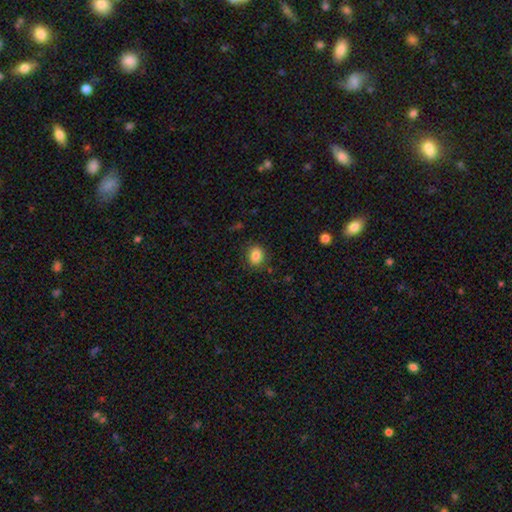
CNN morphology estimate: A smooth galaxy with no disk features (84%) that is round (60%).

Vote fractions:
- Smooth or featured? smooth: 84% / star or artifact: 10% / featured or disk: 6%
- How rounded? round: 60% / in between: 40% / cigar-shaped: 1%
- Merging? none: 87% / minor disturbance: 9% / major disturbance: 3% / merger: 1%